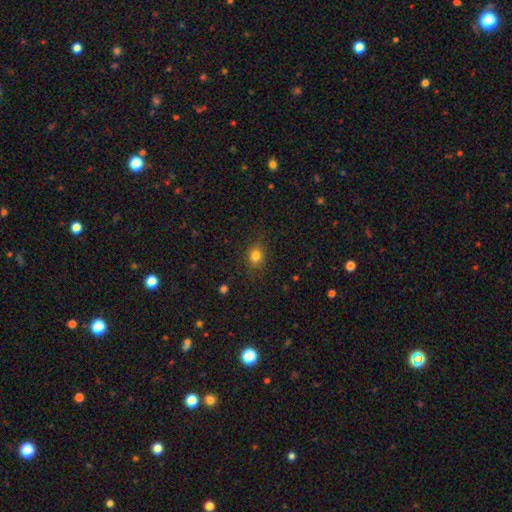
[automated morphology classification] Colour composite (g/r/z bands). It shows a smooth galaxy with no disk features (81%) that is round (60%). Merging: none (85%).